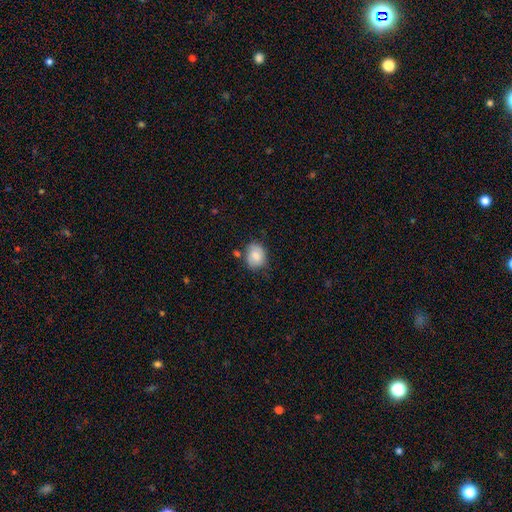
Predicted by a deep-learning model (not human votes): Smooth or featured? Predicted: smooth (p=0.74). How rounded? Predicted: round (p=0.57). Merging? Predicted: none (p=0.64).